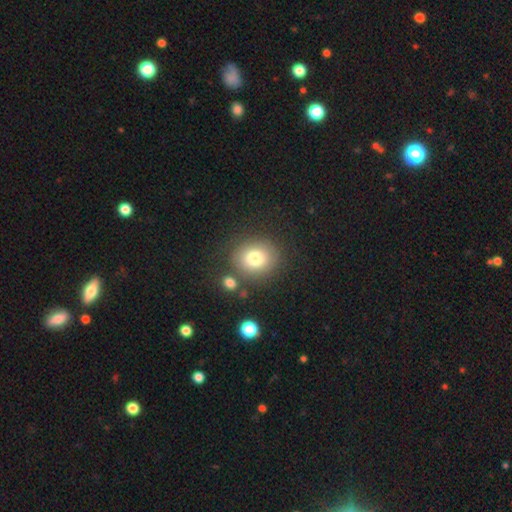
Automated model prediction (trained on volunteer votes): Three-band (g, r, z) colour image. It shows a smooth galaxy with no disk features (77%) that is round (76%). Merging: none (80%).